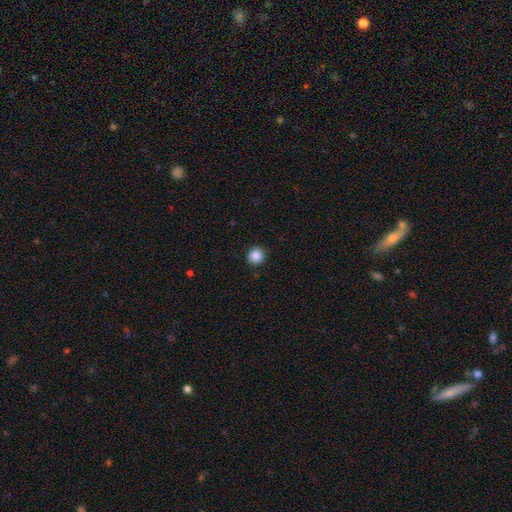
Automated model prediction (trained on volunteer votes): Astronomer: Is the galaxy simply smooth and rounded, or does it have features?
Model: smooth — 87%.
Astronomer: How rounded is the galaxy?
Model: round — 95%.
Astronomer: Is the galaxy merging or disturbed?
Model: none — 92%.